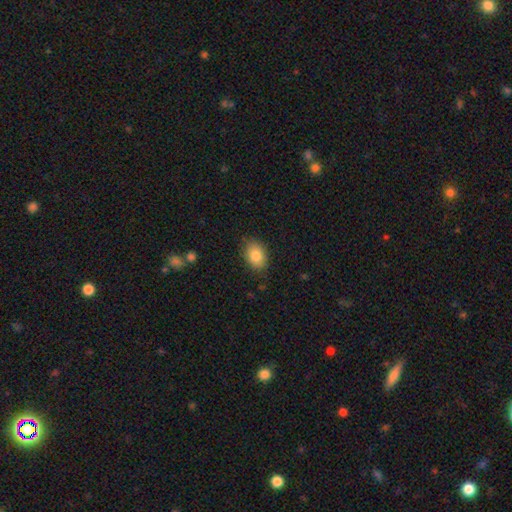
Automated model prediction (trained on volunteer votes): smooth 85%, featured or disk 8%, star or artifact 8%. Down the decision tree: how rounded — in between (83%); merging — none (83%).